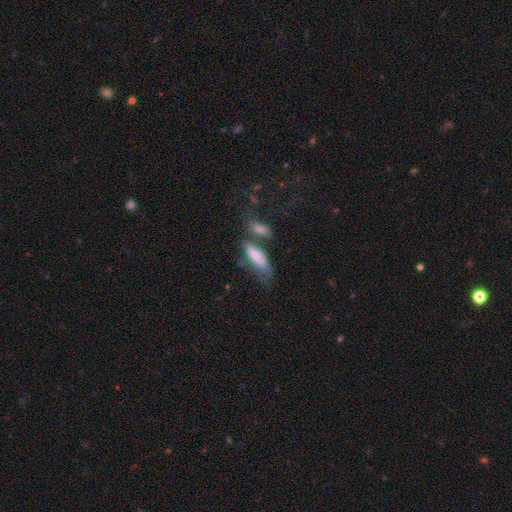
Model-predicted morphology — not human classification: This is possibly a smooth galaxy (55%). How rounded: possibly in between (51%). Merging: marginally none (36%).